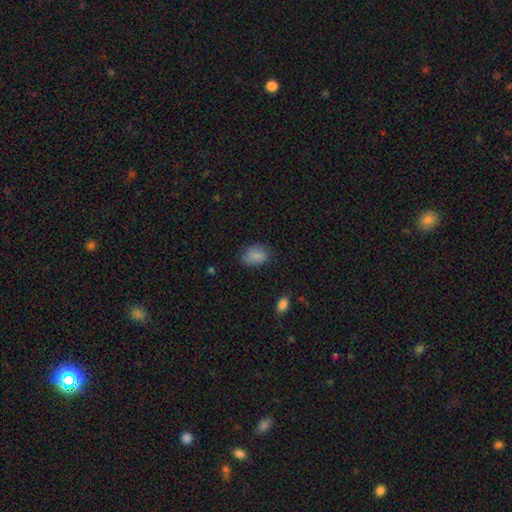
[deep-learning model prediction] Smooth or featured? smooth (84%)
How rounded? in between (77%)
Merging? none (70%)